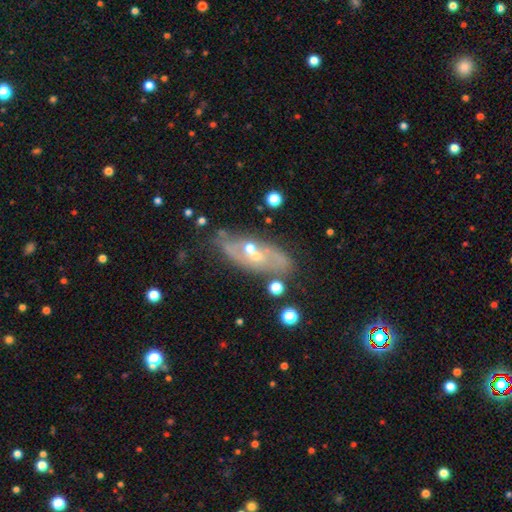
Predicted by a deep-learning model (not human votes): The model was most divided on "spiral arms": no: 53%, yes: 47%. More confident: edge-on disk — no (81%); bar — no (73%); merging — none (63%); smooth or featured — featured or disk (62%); bulge size — small (56%).